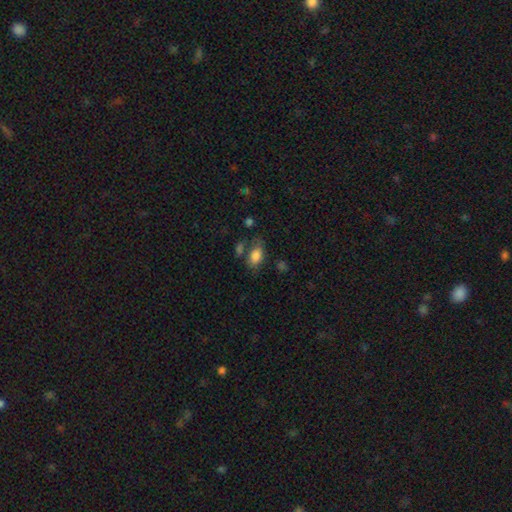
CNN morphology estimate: type=smooth (82%); roundness=in between (90%); merging=none (54%).